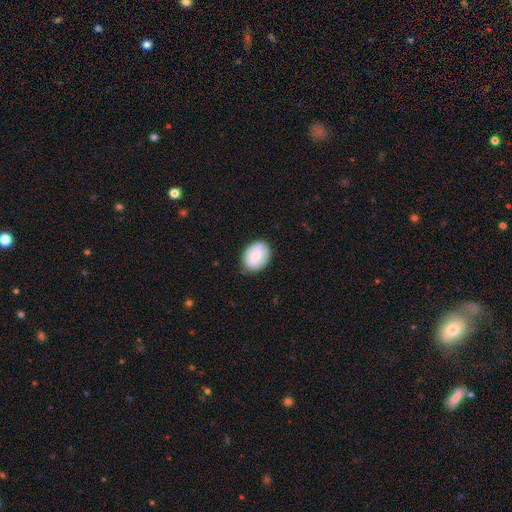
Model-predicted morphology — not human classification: A smooth galaxy with no disk features (80%) that is in between round and cigar-shaped (71%).

Vote fractions:
- Smooth or featured? smooth: 80% / featured or disk: 13% / star or artifact: 7%
- How rounded? in between: 71% / round: 28% / cigar-shaped: 1%
- Merging? none: 79% / minor disturbance: 17% / major disturbance: 3% / merger: 1%